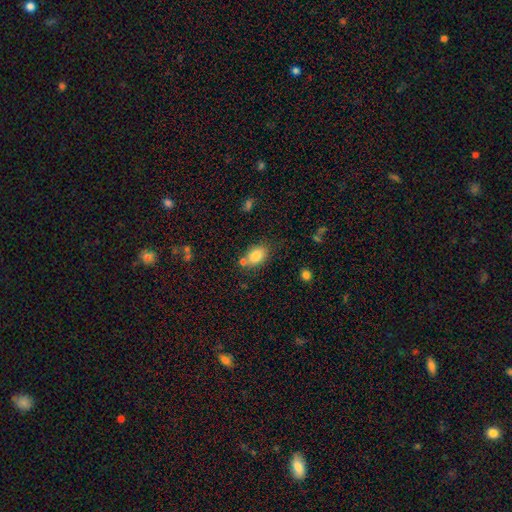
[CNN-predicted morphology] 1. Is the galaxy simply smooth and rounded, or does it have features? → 82% smooth, 9% featured or disk, 9% star or artifact.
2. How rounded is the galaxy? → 82% in between, 16% round, 1% cigar-shaped.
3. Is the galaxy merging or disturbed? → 63% none, 17% merger, 16% minor disturbance, 4% major disturbance.